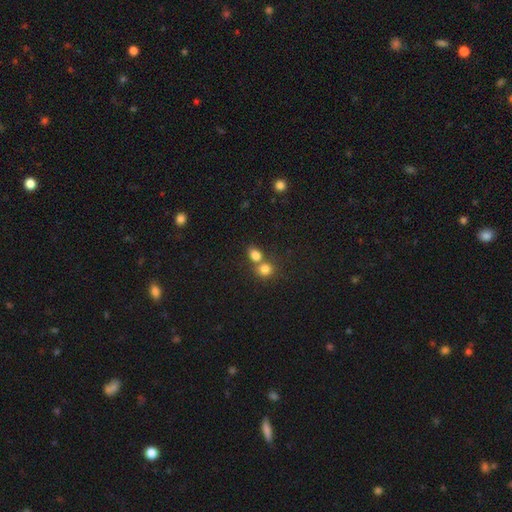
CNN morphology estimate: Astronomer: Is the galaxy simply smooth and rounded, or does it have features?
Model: smooth — 80%.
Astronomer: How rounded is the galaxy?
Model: in between — 56% (runner-up: round, 43%).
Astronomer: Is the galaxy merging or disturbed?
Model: merger — 47% (runner-up: none, 42%).